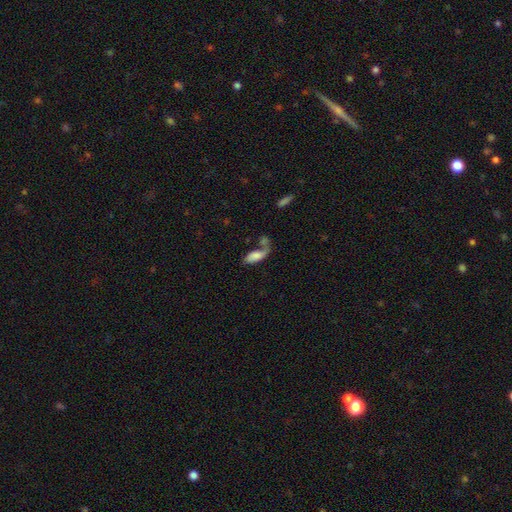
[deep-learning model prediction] smooth_or_featured: smooth (p=0.69) [alt: featured or disk p=0.22]
how_rounded: in between (p=0.82) [alt: cigar-shaped p=0.15]
merging: merger (p=0.38) [alt: none p=0.30]